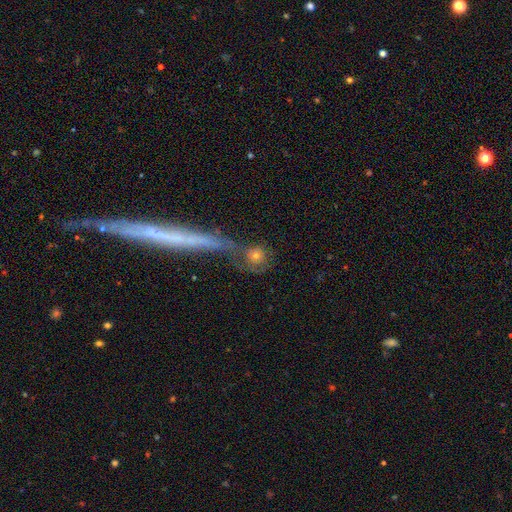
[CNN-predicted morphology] The model was most divided on "merging": none: 48%, merger: 31%, minor disturbance: 12%, major disturbance: 9%. More confident: how rounded — round (82%); smooth or featured — smooth (62%).